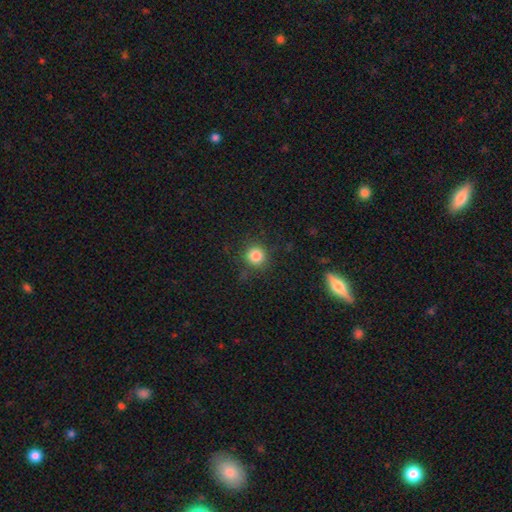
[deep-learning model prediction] Smooth or featured?
  - smooth: 84% *
  - star or artifact: 12%
  - featured or disk: 5%
How rounded?
  - round: 93% *
  - in between: 6%
  - cigar-shaped: 1%
Merging?
  - none: 86% *
  - minor disturbance: 9%
  - major disturbance: 3%
  - merger: 2%